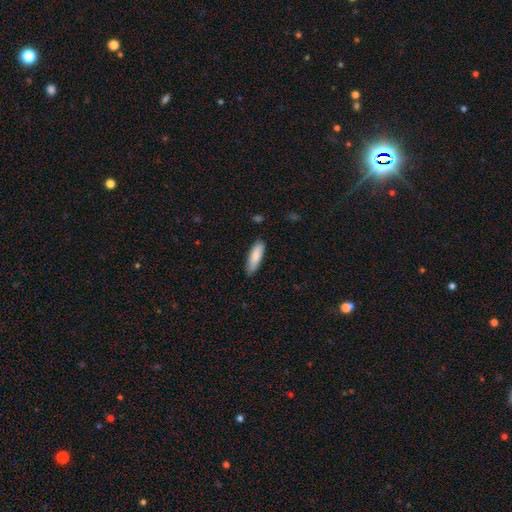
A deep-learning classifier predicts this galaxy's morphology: The model was most divided on "how rounded" (2-way tie): in between: 49%, cigar-shaped: 49%, round: 1%. More confident: smooth or featured — smooth (85%); merging — none (83%).